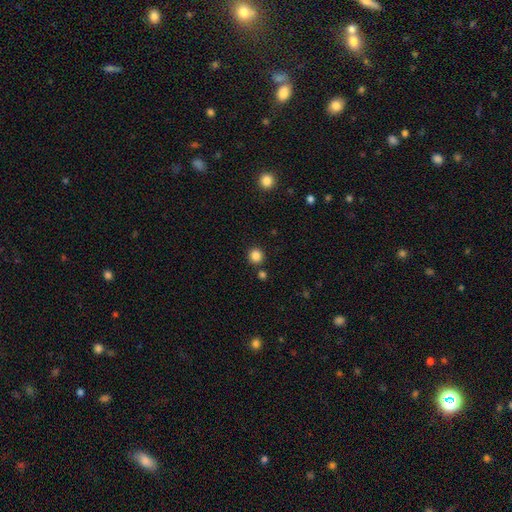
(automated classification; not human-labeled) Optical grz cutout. It shows a smooth galaxy with no disk features (85%) that is round (93%). Merging: none (86%).